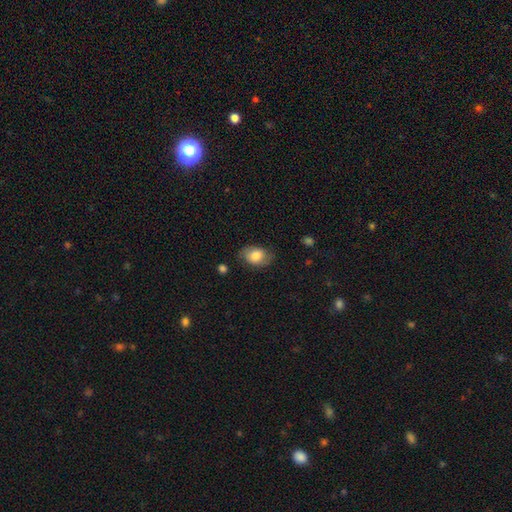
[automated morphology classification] Smooth or featured? smooth (78%)
How rounded? in between (82%)
Merging? none (74%)